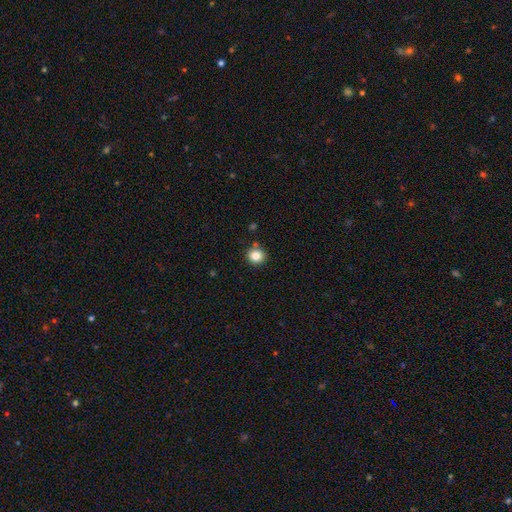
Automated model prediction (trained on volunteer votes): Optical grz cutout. It shows a smooth galaxy with no disk features (83%) that is round (91%). Merging: none (85%).